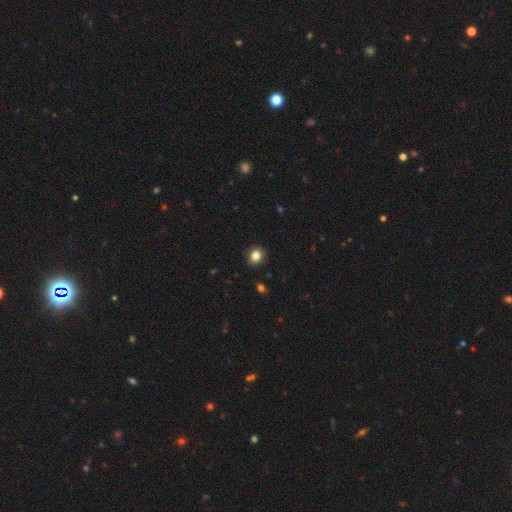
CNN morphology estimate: smooth-or-featured: smooth: 84% | star or artifact: 10% | featured or disk: 6%
  how-rounded: round: 65% | in between: 34% | cigar-shaped: 1%
  merging: none: 90% | minor disturbance: 7% | major disturbance: 2% | merger: 1%